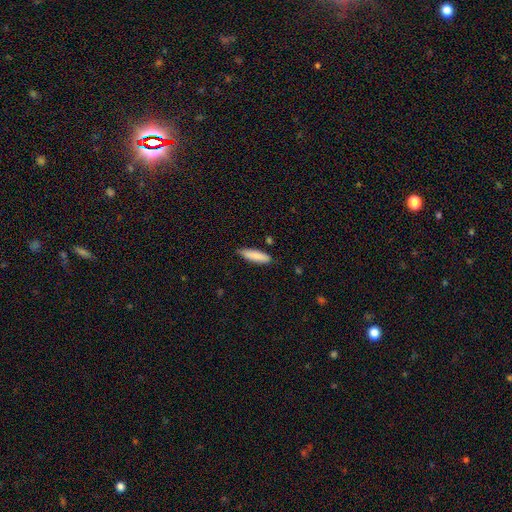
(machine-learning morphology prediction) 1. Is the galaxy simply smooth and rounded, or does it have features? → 86% smooth, 8% featured or disk, 6% star or artifact.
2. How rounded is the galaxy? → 67% cigar-shaped, 31% in between, 1% round.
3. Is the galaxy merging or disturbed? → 85% none, 12% minor disturbance, 2% major disturbance, 2% merger.